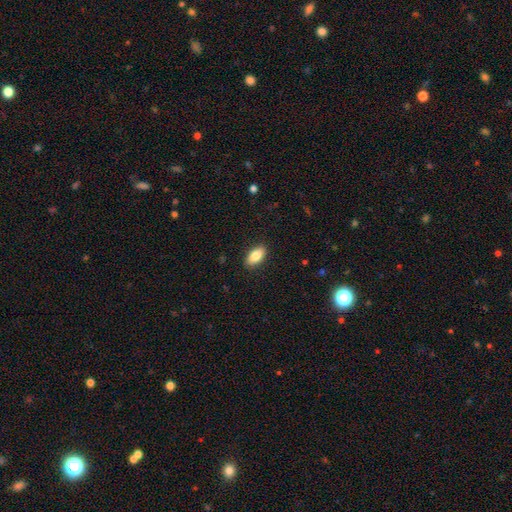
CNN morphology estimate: A smooth galaxy with no disk features (83%) that is in between round and cigar-shaped (90%).

Vote fractions:
- Smooth or featured? smooth: 83% / featured or disk: 10% / star or artifact: 7%
- How rounded? in between: 90% / cigar-shaped: 7% / round: 3%
- Merging? none: 89% / minor disturbance: 8% / major disturbance: 2% / merger: 1%